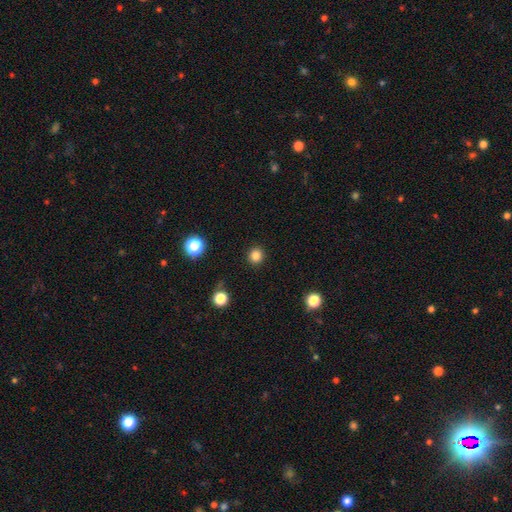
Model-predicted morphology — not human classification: A smooth galaxy with no disk features (84%) that is round (93%).

Vote fractions:
- Smooth or featured? smooth: 84% / star or artifact: 13% / featured or disk: 4%
- How rounded? round: 93% / in between: 6% / cigar-shaped: 1%
- Merging? none: 92% / minor disturbance: 5% / major disturbance: 2% / merger: 1%